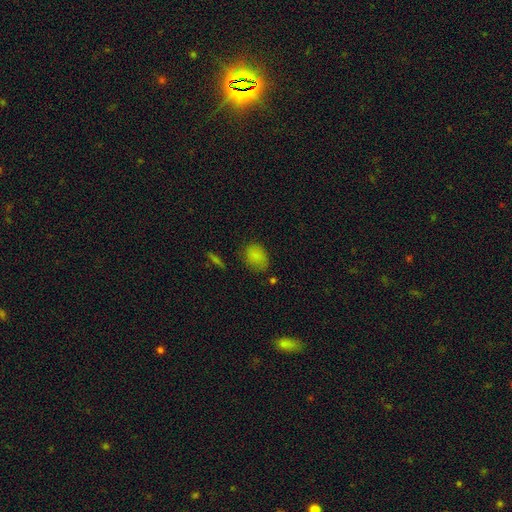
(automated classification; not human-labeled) A smooth galaxy with no disk features (82%) that is in between round and cigar-shaped (70%).

Vote fractions:
- Smooth or featured? smooth: 82% / star or artifact: 12% / featured or disk: 7%
- How rounded? in between: 70% / round: 28% / cigar-shaped: 2%
- Merging? none: 69% / minor disturbance: 23% / major disturbance: 5% / merger: 3%